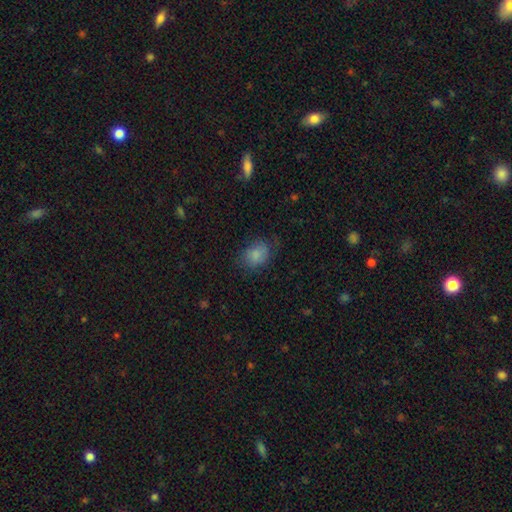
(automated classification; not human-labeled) Morphology: type=smooth (82%); roundness=in between (61%); merging=none (67%).